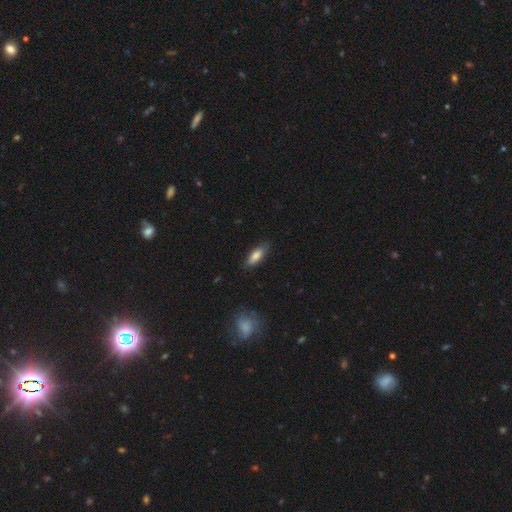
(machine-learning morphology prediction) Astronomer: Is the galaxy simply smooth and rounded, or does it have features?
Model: smooth — 81%.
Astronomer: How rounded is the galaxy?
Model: in between — 71%.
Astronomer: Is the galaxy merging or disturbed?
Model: none — 80%.